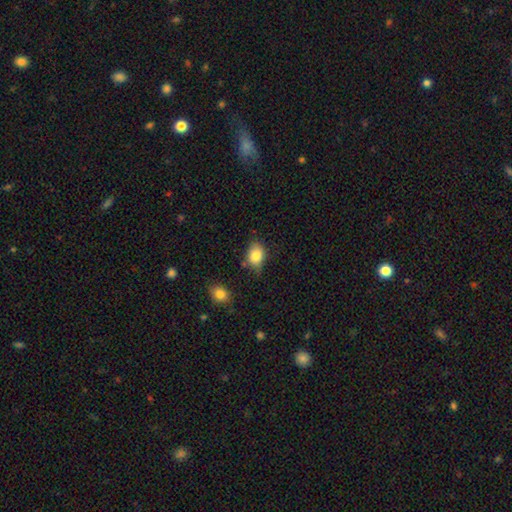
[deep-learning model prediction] This appears to be a smooth galaxy with no disk features (82%) that is in between round and cigar-shaped (74%). Merging: none (65%).